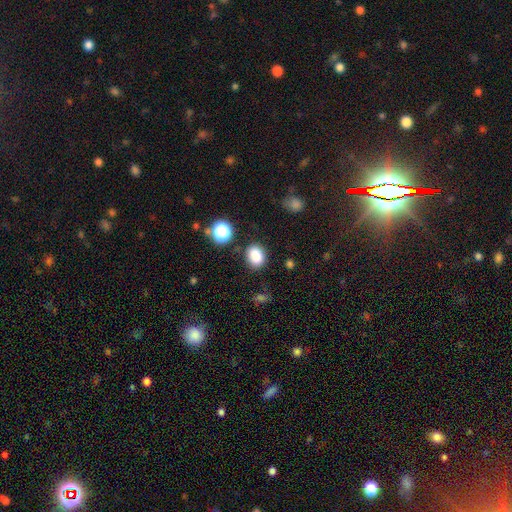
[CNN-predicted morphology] Smooth or featured?
  - smooth: 84% *
  - star or artifact: 11%
  - featured or disk: 5%
How rounded?
  - in between: 57% *
  - round: 42%
  - cigar-shaped: 1%
Merging?
  - none: 82% *
  - minor disturbance: 11%
  - major disturbance: 4%
  - merger: 3%